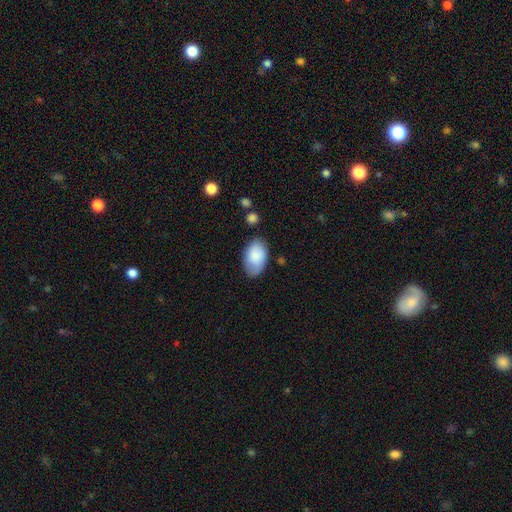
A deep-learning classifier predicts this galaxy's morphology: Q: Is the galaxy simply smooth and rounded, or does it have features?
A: smooth — 81%.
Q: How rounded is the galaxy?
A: in between — 92%.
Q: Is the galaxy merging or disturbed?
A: none — 70%.